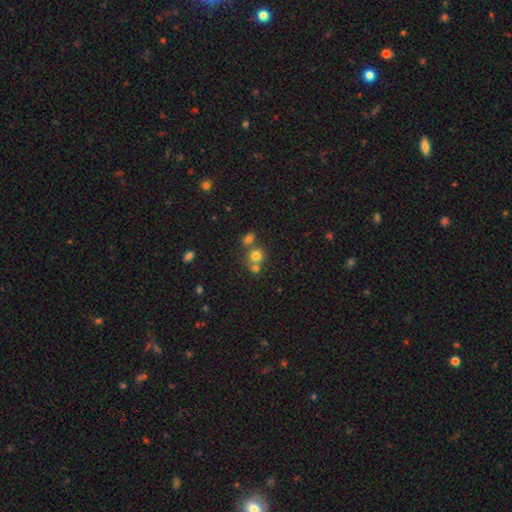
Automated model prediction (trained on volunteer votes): The model was most divided on "merging": none: 51%, merger: 38%, minor disturbance: 8%, major disturbance: 3%. More confident: how rounded — round (85%); smooth or featured — smooth (73%).